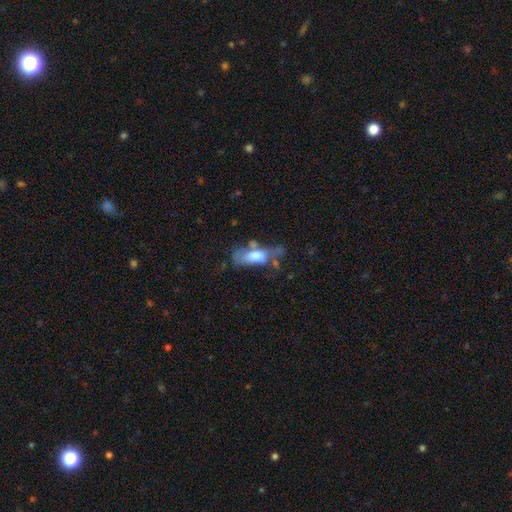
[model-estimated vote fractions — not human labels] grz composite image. It shows a smooth galaxy with no disk features (58%) that is in between round and cigar-shaped (70%). Merging: none (33%).